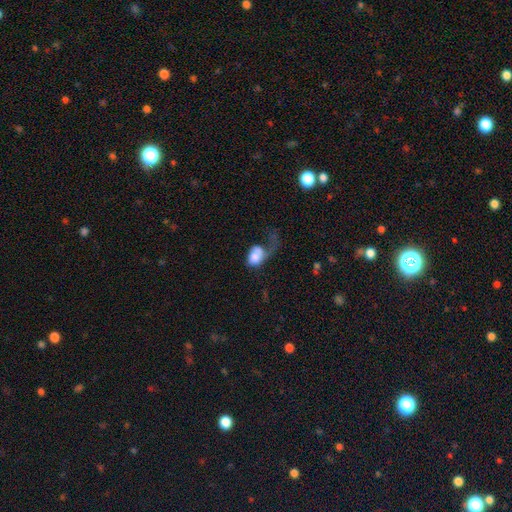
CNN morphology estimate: smooth 67%, featured or disk 25%, star or artifact 8%. Down the decision tree: how rounded — in between (77%); merging — major disturbance (61%).